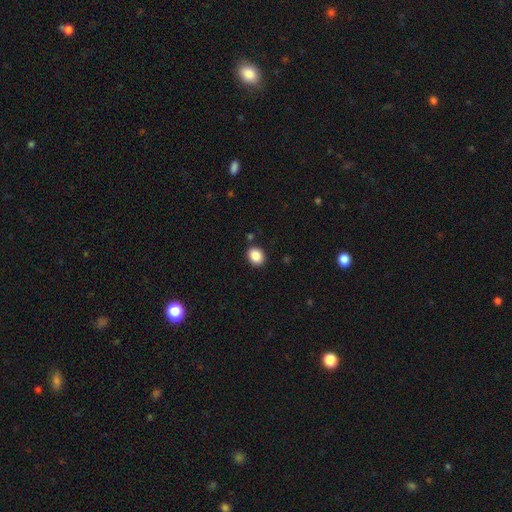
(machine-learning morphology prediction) A smooth galaxy with no disk features (87%) that is round (52%).

Vote fractions:
- Smooth or featured? smooth: 87% / star or artifact: 9% / featured or disk: 4%
- How rounded? round: 52% / in between: 47% / cigar-shaped: 1%
- Merging? none: 88% / minor disturbance: 7% / merger: 2% / major disturbance: 2%